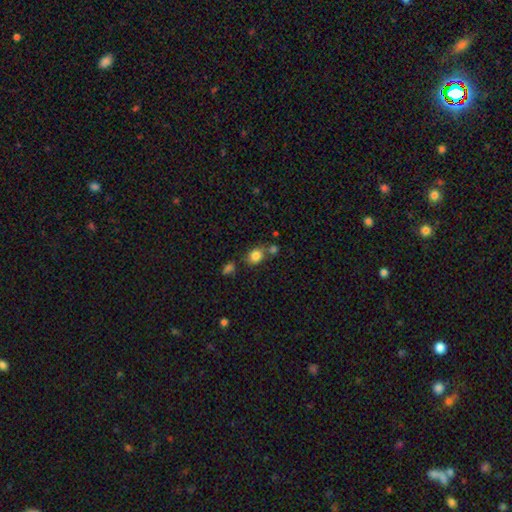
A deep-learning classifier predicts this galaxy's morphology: Smooth or featured?
  - smooth: 82% *
  - star or artifact: 11%
  - featured or disk: 7%
How rounded?
  - round: 54% *
  - in between: 45%
  - cigar-shaped: 1%
Merging?
  - none: 60% *
  - merger: 19%
  - minor disturbance: 15%
  - major disturbance: 5%